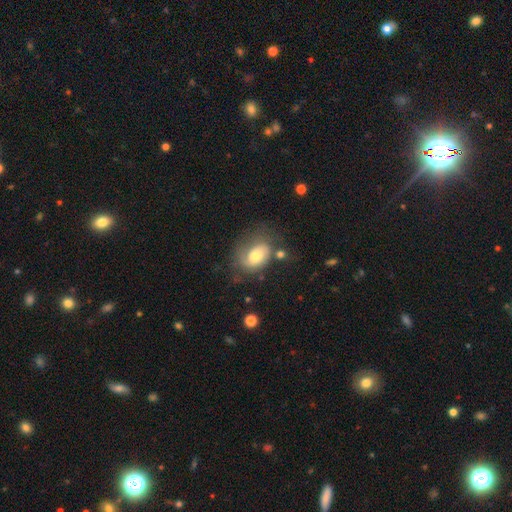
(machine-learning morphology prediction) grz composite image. It shows a smooth galaxy with no disk features (53%) that is in between round and cigar-shaped (76%). Merging: none (45%).